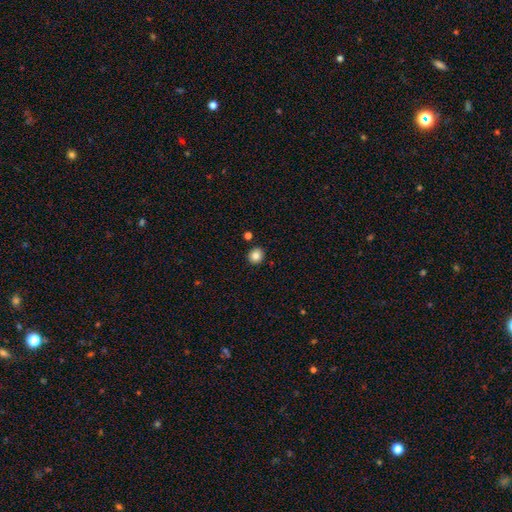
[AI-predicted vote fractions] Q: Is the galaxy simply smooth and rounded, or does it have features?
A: smooth — 84%.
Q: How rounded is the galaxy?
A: round — 84%.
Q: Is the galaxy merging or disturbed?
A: none — 89%.